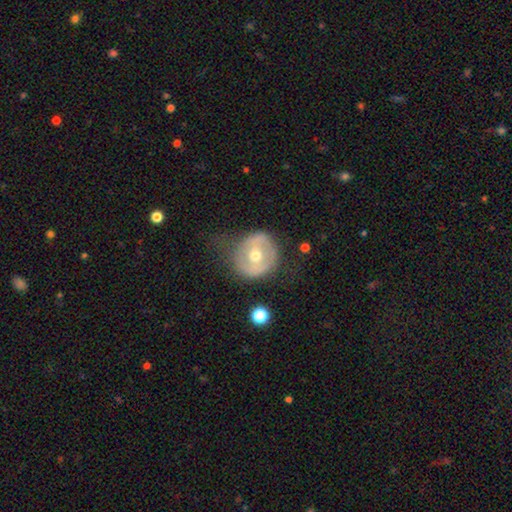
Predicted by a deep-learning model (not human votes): Smooth or featured: featured or disk — 57% (smooth — 36%)
Edge-on disk: no — 95% (yes — 5%)
Bar: no — 43% (weak — 34%)
Spiral arms: no — 66% (yes — 34%)
Bulge size: moderate — 69% (small — 26%)
Merging: none — 62% (minor disturbance — 24%)